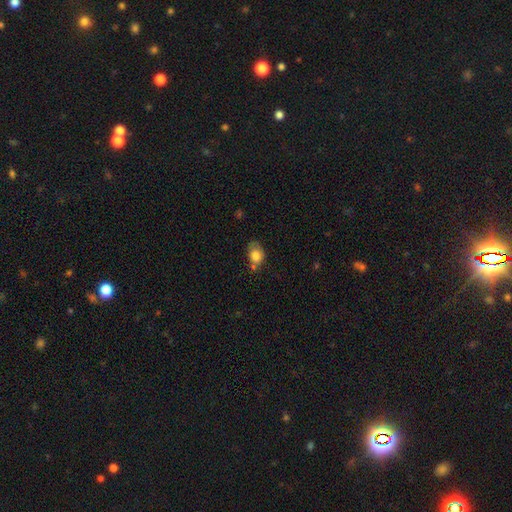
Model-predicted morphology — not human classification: Q: Smooth or featured?
A: smooth (78%); runner-up: featured or disk (14%)
Q: How rounded?
A: in between (66%); runner-up: round (33%)
Q: Merging?
A: none (46%); runner-up: minor disturbance (29%)